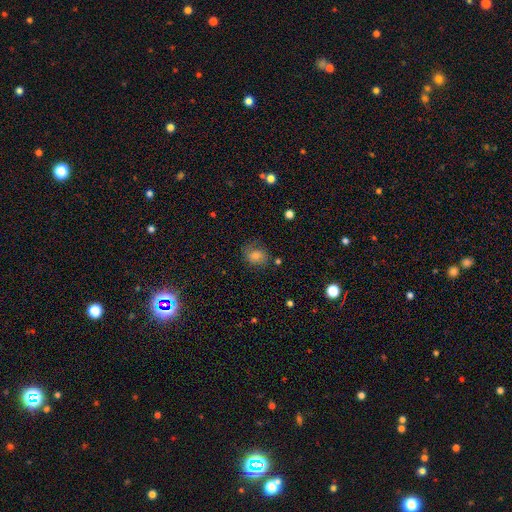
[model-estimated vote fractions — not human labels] smooth-or-featured: smooth: 62% | featured or disk: 21% | star or artifact: 17%
  how-rounded: round: 61% | in between: 37% | cigar-shaped: 1%
  merging: none: 71% | minor disturbance: 19% | major disturbance: 7% | merger: 2%